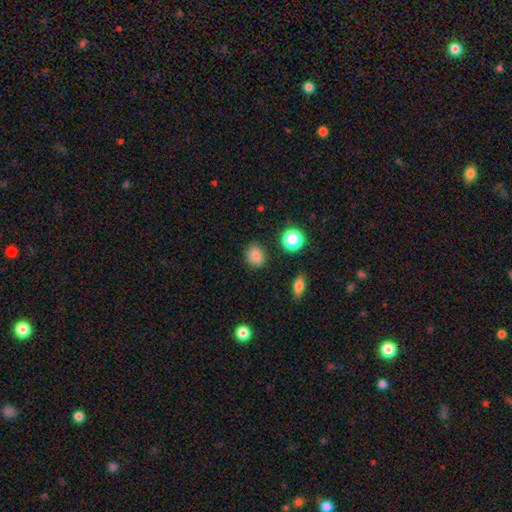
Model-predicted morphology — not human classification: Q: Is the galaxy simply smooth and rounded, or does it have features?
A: smooth — 83%.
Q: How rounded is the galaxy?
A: round — 53%.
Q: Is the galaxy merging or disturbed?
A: none — 84%.